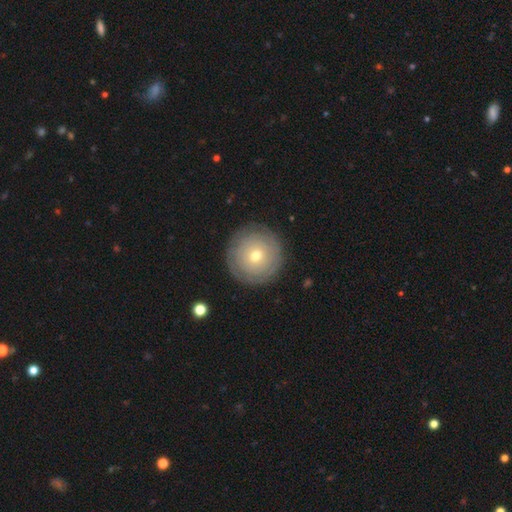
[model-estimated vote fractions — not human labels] Smooth or featured?
  - smooth: 47% *
  - featured or disk: 45%
  - star or artifact: 8%
Merging?
  - none: 87% *
  - minor disturbance: 9%
  - major disturbance: 3%
  - merger: 1%